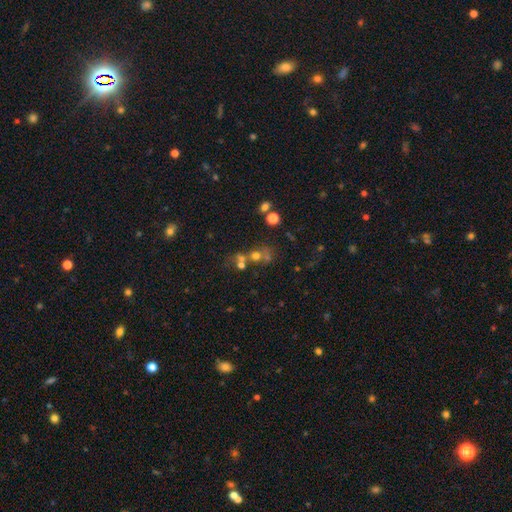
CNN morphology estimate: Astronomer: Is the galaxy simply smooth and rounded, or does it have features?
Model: smooth — 46% (runner-up: star or artifact, 35%).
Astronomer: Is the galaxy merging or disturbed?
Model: merger — 42%, tied with none at 42%.